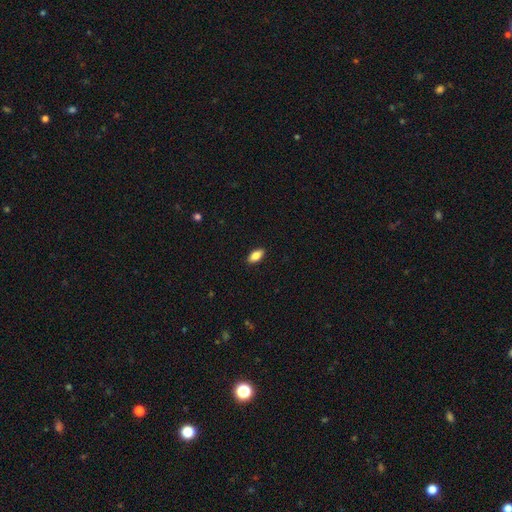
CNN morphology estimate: Smooth or featured? smooth (84%)
How rounded? in between (90%)
Merging? none (89%)